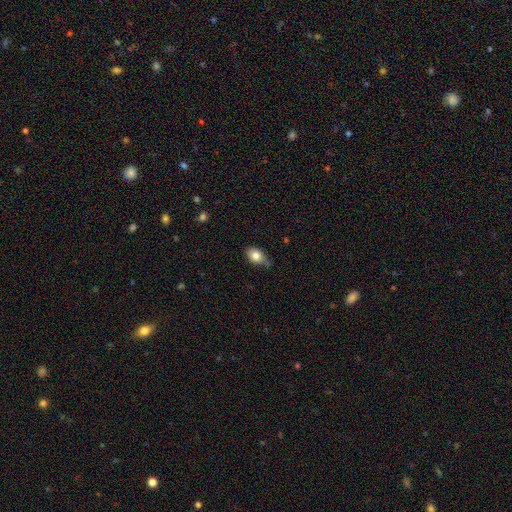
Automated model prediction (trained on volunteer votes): smooth-or-featured: smooth: 81% | featured or disk: 11% | star or artifact: 8%
  how-rounded: in between: 80% | round: 18% | cigar-shaped: 2%
  merging: none: 62% | minor disturbance: 31% | major disturbance: 5% | merger: 3%